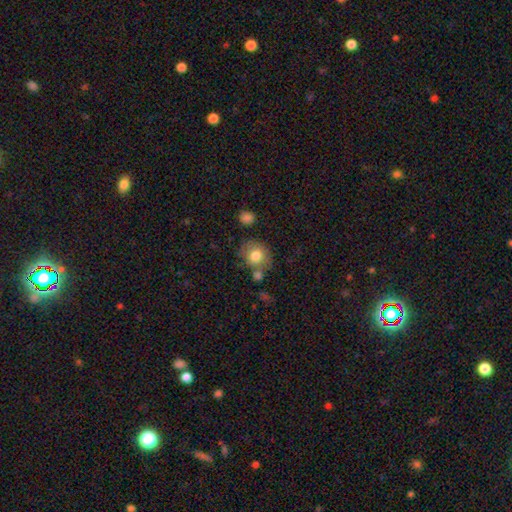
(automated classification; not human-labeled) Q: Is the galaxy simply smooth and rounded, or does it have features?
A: smooth — 78%.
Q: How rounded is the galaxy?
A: round — 73%.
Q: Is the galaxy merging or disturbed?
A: none — 60%.